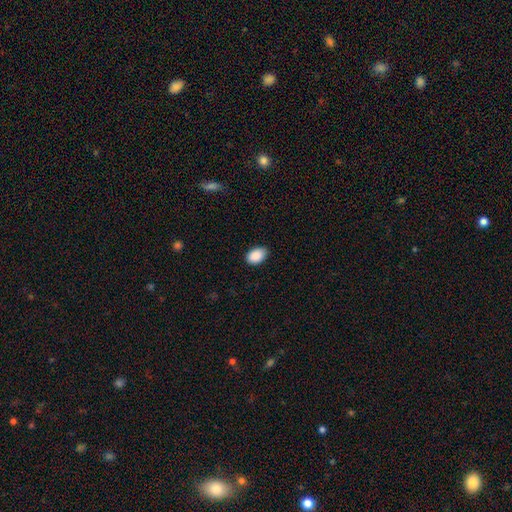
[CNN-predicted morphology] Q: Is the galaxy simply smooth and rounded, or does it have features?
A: smooth — 89%.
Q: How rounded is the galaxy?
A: in between — 89%.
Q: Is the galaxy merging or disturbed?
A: none — 84%.